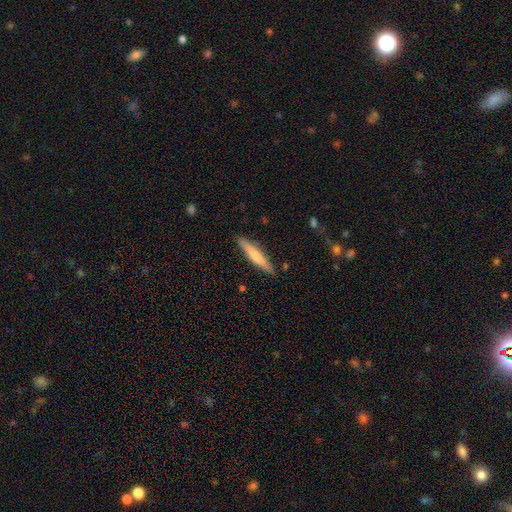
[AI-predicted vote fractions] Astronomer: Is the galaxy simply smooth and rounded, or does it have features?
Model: smooth — 62%.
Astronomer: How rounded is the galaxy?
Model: cigar-shaped — 91%.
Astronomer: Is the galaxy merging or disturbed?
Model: none — 88%.